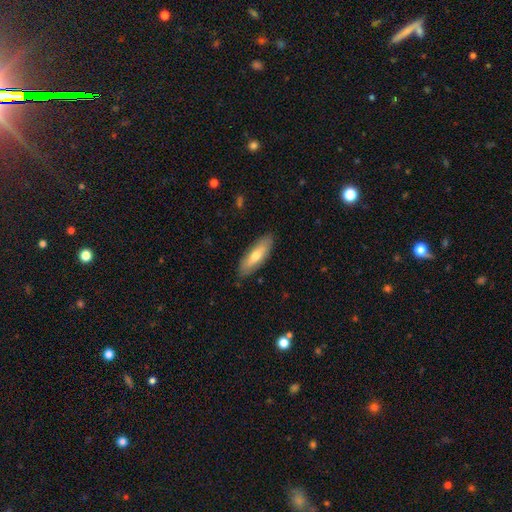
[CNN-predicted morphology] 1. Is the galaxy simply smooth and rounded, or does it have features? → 61% smooth, 33% featured or disk, 6% star or artifact.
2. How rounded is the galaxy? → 57% in between, 41% cigar-shaped, 2% round.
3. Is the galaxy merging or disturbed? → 86% none, 11% minor disturbance, 2% major disturbance, 1% merger.